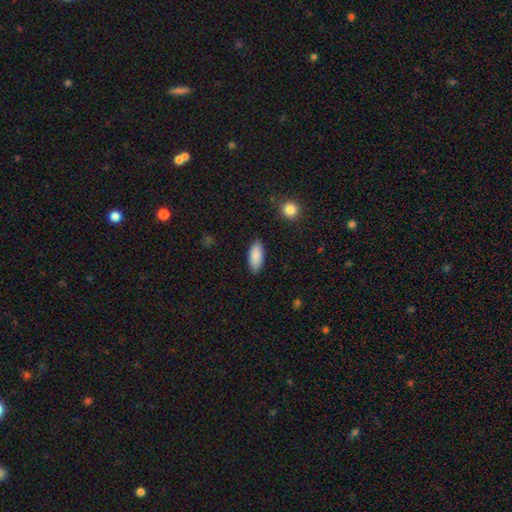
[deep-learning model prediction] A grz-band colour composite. It shows a smooth galaxy with no disk features (89%) that is in between round and cigar-shaped (86%). Merging: none (87%).